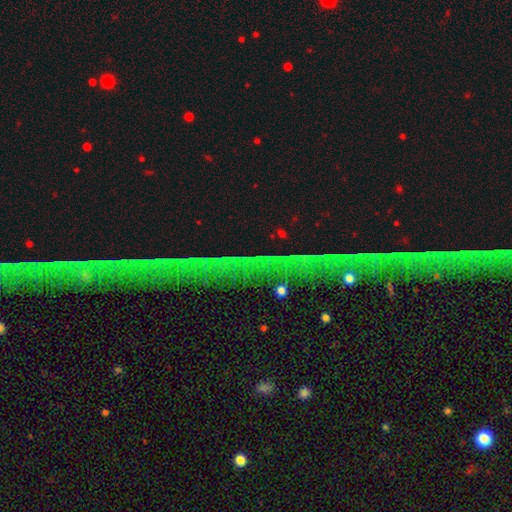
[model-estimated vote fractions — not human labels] Smooth or featured? star or artifact (76%)